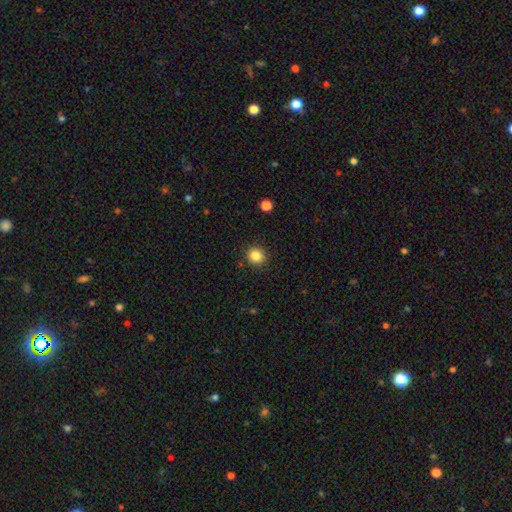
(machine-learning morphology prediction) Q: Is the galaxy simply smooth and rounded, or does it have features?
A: smooth — 85%.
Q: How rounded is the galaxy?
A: round — 90%.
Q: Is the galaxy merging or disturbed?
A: none — 90%.